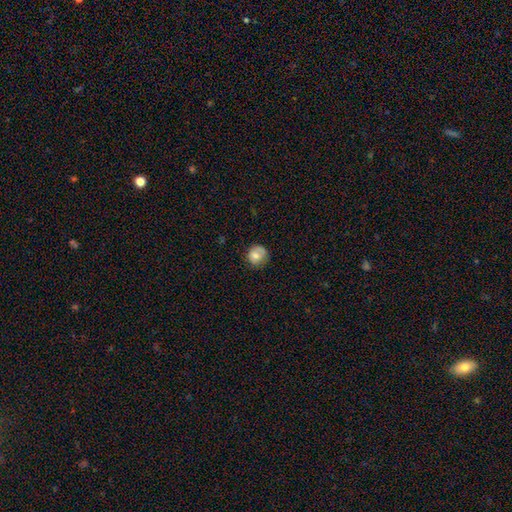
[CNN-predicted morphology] smooth-or-featured: smooth: 72% | featured or disk: 19% | star or artifact: 9%
  how-rounded: round: 88% | in between: 11% | cigar-shaped: 1%
  merging: none: 73% | minor disturbance: 20% | major disturbance: 5% | merger: 1%